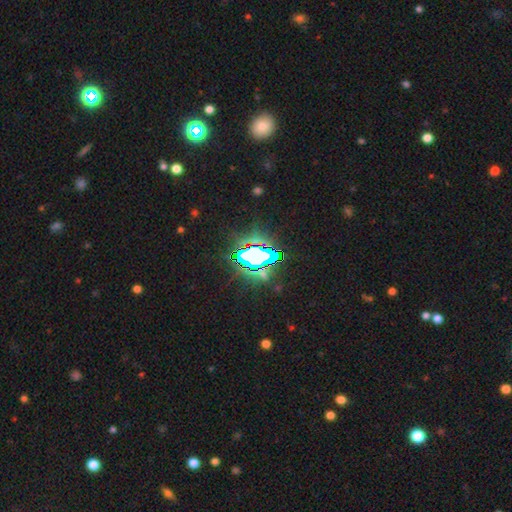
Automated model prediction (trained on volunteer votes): The model was most divided on "smooth or featured": star or artifact: 70%, smooth: 17%, featured or disk: 14%.